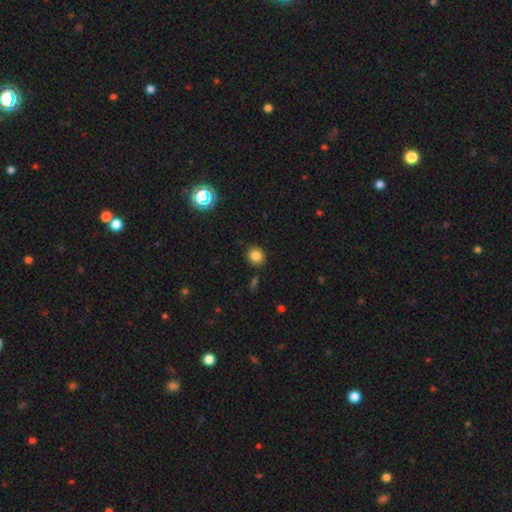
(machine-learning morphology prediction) smooth_or_featured: smooth (p=0.82) [alt: star or artifact p=0.12]
how_rounded: round (p=0.72) [alt: in between p=0.27]
merging: none (p=0.86) [alt: minor disturbance p=0.09]